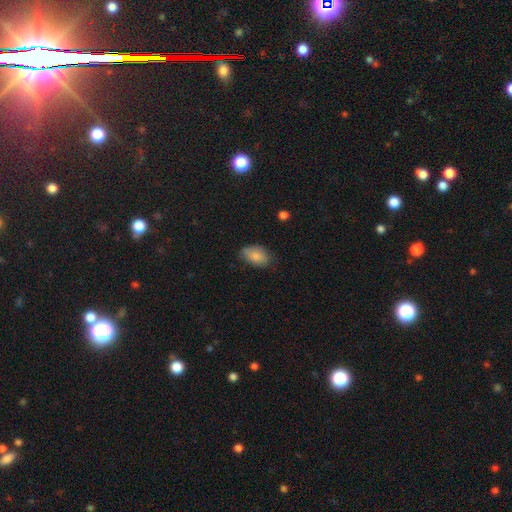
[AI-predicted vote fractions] This appears to be a smooth galaxy with no disk features (83%) that is in between round and cigar-shaped (90%). Merging: none (67%).